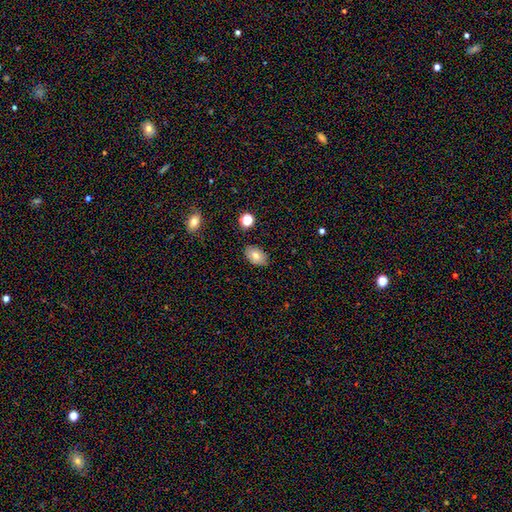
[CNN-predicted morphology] Smooth or featured: smooth — 73% (featured or disk — 17%)
How rounded: in between — 86% (round — 13%)
Merging: none — 84% (minor disturbance — 11%)